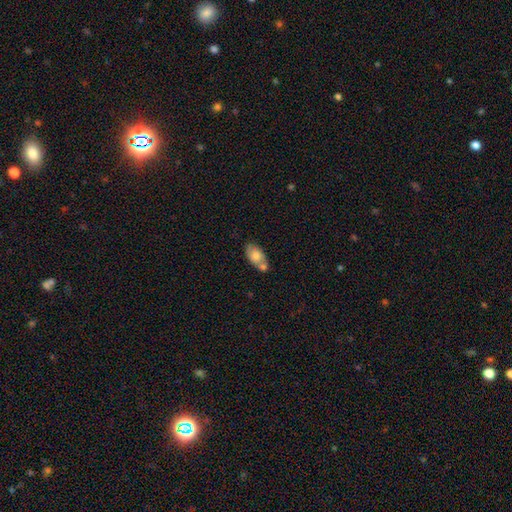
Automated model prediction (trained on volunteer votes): The model was most divided on "merging": none: 45%, merger: 34%, minor disturbance: 16%, major disturbance: 5%. More confident: how rounded — in between (90%); smooth or featured — smooth (74%).